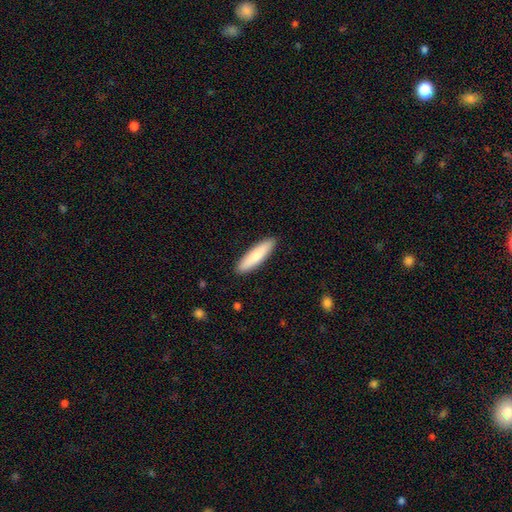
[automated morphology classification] type=smooth (79%); roundness=cigar-shaped (76%); merging=none (90%).